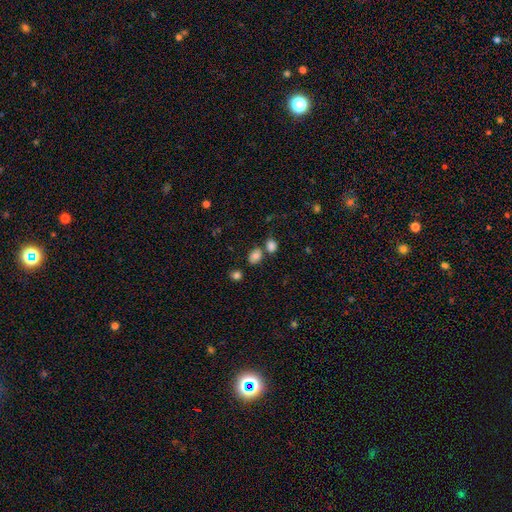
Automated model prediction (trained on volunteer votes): smooth-or-featured: smooth: 81% | star or artifact: 11% | featured or disk: 8%
  how-rounded: in between: 68% | round: 31% | cigar-shaped: 1%
  merging: none: 63% | merger: 20% | minor disturbance: 13% | major disturbance: 4%